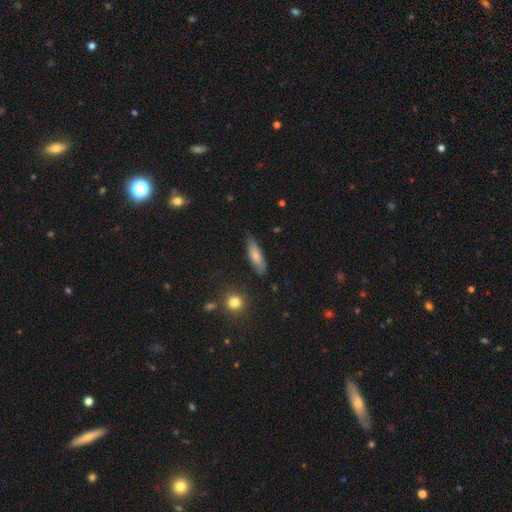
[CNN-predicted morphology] This is likely a smooth galaxy (76%). How rounded: possibly cigar-shaped (52%). Merging: likely none (76%).